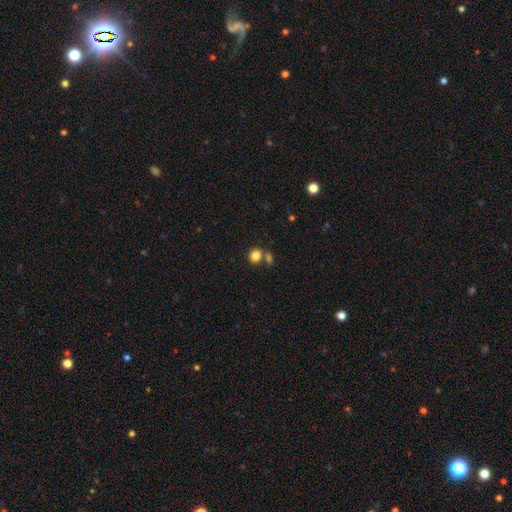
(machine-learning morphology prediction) smooth 83%, star or artifact 10%, featured or disk 7%. Down the decision tree: how rounded — round (61%); merging — none (59%).